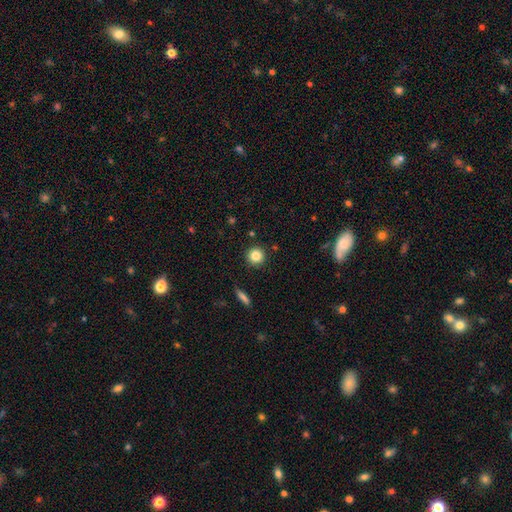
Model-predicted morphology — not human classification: A smooth galaxy with no disk features (84%) that is round (95%). Merging: none (91%).